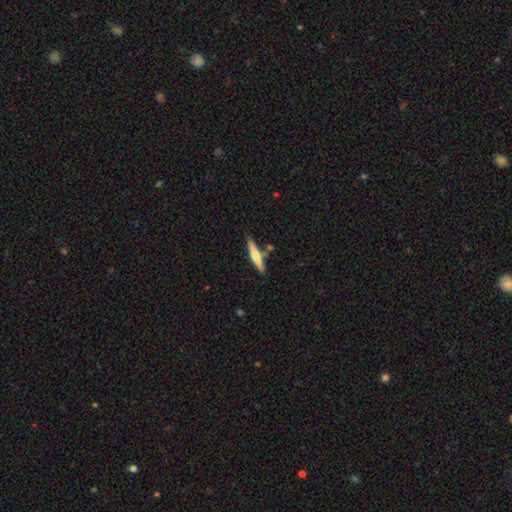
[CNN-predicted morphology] smooth-or-featured: featured or disk: 53% | smooth: 42% | star or artifact: 5%
  disk-edge-on: yes: 96% | no: 4%
    edge-on-bulge: rounded: 85% | none: 8% | boxy: 7%
  merging: none: 81% | minor disturbance: 11% | merger: 6% | major disturbance: 2%